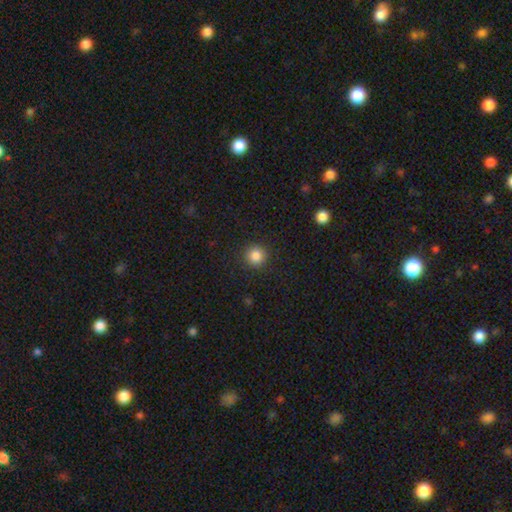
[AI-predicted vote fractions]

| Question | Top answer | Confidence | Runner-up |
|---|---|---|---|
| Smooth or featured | smooth | 85% | star or artifact (11%) |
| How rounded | round | 94% | in between (5%) |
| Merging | none | 91% | minor disturbance (6%) |